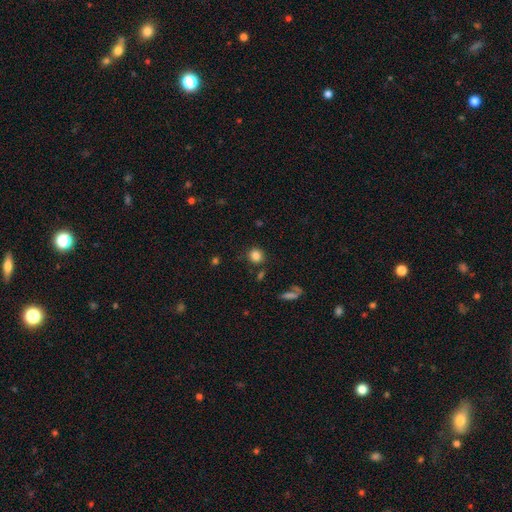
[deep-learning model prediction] Morphology: type=smooth (84%); roundness=round (85%); merging=none (82%).